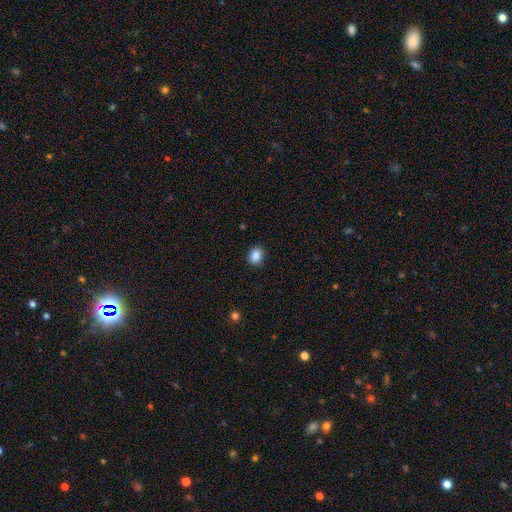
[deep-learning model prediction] smooth 88%, star or artifact 9%, featured or disk 3%. Down the decision tree: how rounded — round (53%); merging — none (88%).